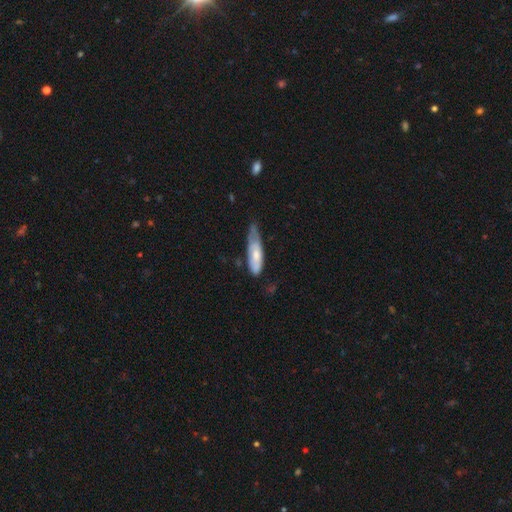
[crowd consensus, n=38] Smooth or featured?
  - smooth: 63% *
  - featured or disk: 32%
  - star or artifact: 5%
How rounded?
  - cigar-shaped: 50% *
  - in between: 46%
  - round: 4%
Merging?
  - minor disturbance: 58% *
  - none: 25%
  - major disturbance: 17%
  - merger: 0%